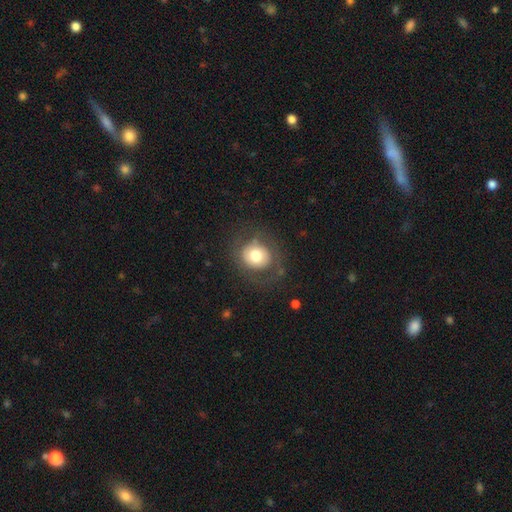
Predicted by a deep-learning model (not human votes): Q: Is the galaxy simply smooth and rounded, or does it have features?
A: smooth — 63%.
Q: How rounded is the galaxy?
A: round — 79%.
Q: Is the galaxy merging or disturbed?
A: none — 67%.